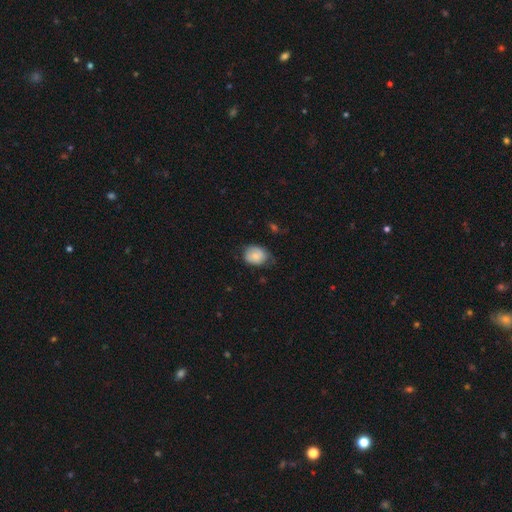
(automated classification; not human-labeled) Smooth or featured? smooth (72%)
How rounded? round (51%)
Merging? none (56%)